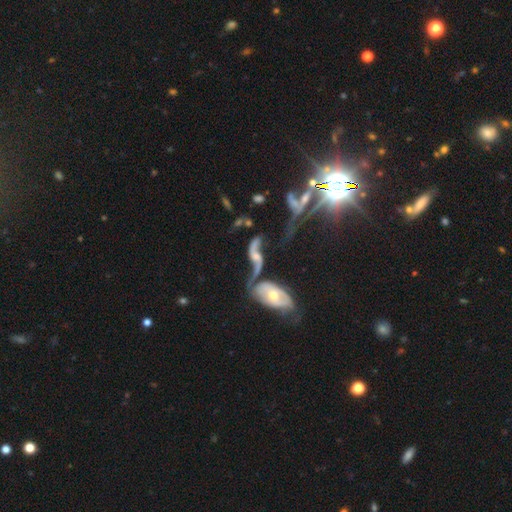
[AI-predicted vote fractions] Morphology: type=featured or disk (85%); edge-on=no (94%); bar=no (51%); spiral arms=yes (93%); winding=loose (88%); arm count=2 (91%); bulge=moderate (38%); merging=merger (36%).